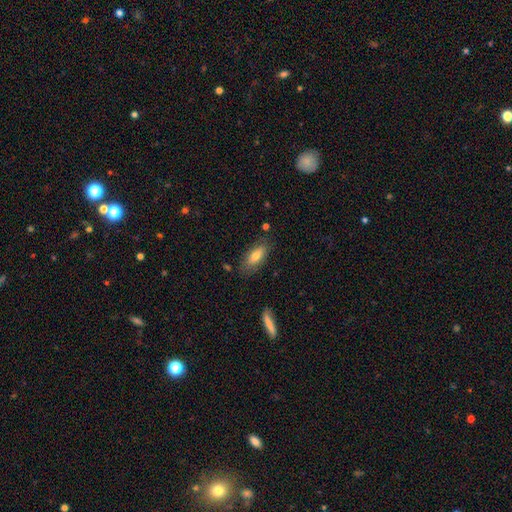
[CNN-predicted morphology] This is likely a smooth galaxy (75%). How rounded: likely in between (76%). Merging: likely none (77%).